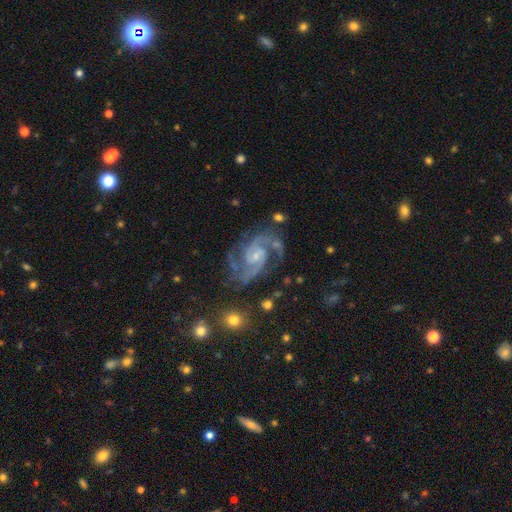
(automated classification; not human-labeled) The model was most divided on "bar": no: 47%, weak: 41%, strong: 12%. More confident: spiral arms — yes (99%); edge-on disk — no (98%); smooth or featured — featured or disk (92%); spiral arm count — 2 (80%); merging — none (71%); bulge size — small (66%); spiral winding — medium (57%).